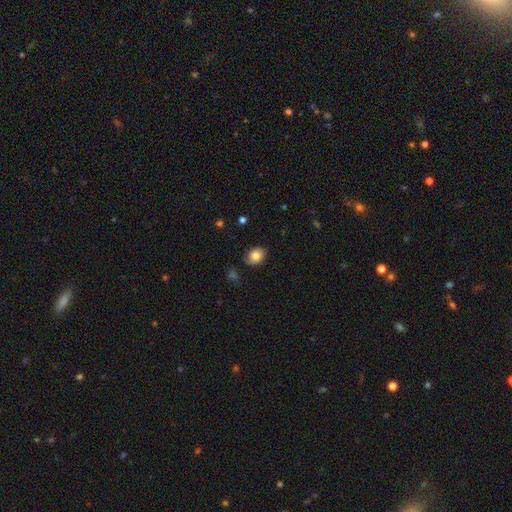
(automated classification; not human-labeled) Smooth or featured: smooth — 83% (featured or disk — 9%)
How rounded: in between — 58% (round — 41%)
Merging: none — 82% (minor disturbance — 14%)